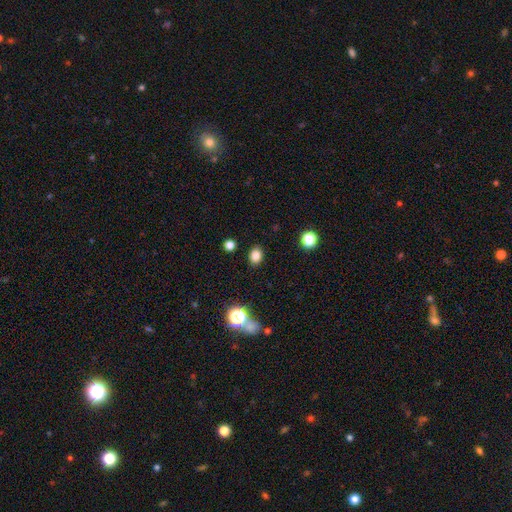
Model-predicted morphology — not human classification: Smooth or featured? Predicted: smooth (p=0.83). How rounded? Predicted: in between (p=0.58). Merging? Predicted: none (p=0.88).